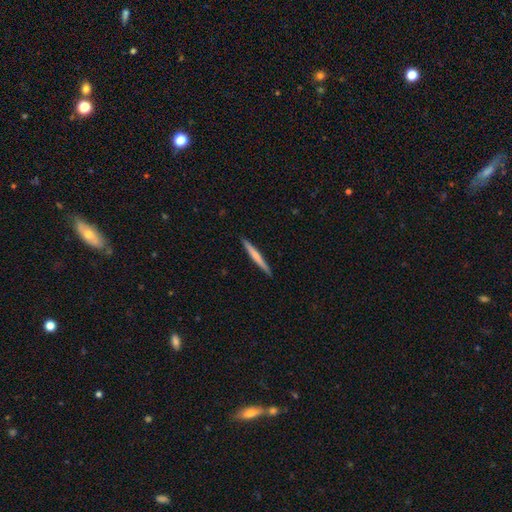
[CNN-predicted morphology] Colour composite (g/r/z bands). It shows a smooth galaxy with no disk features (55%) that is cigar-shaped (97%). Merging: none (92%).